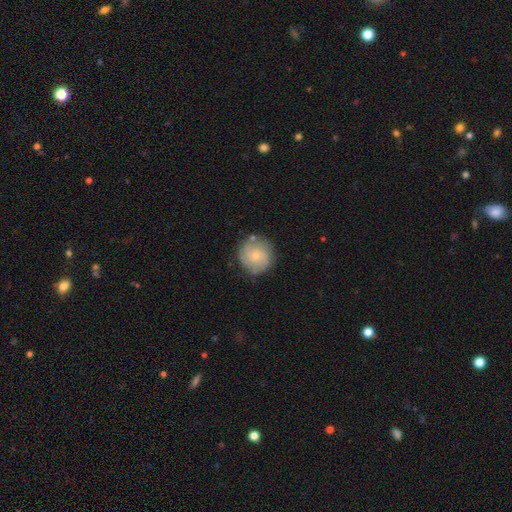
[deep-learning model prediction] The model was most divided on "smooth or featured": featured or disk: 50%, smooth: 43%, star or artifact: 7%. More confident: edge-on disk — no (98%); merging — none (77%).